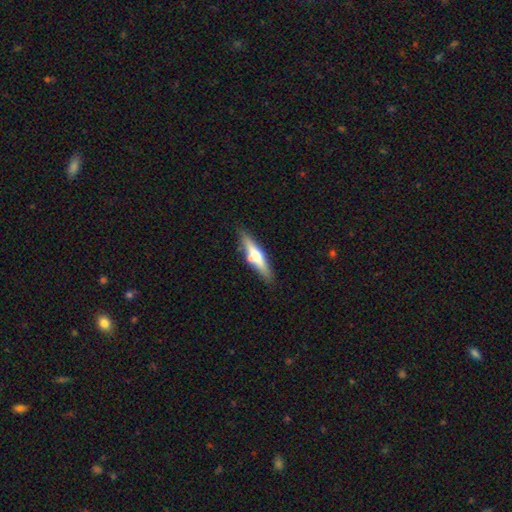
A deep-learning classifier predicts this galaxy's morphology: Smooth or featured? featured or disk (51%)
Edge-on disk? yes (92%)
Merging? none (78%)